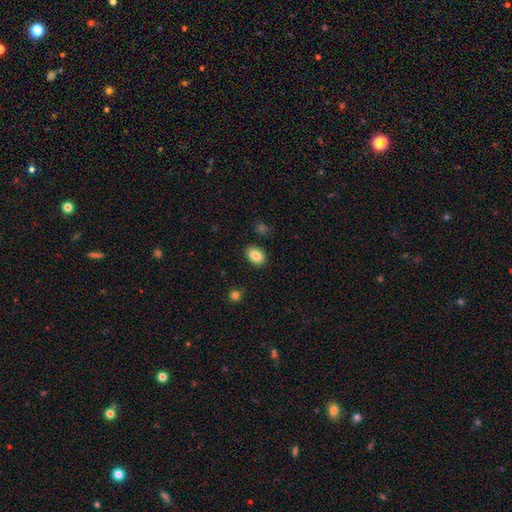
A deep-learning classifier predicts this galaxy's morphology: Smooth or featured: smooth — 85% (star or artifact — 8%)
How rounded: in between — 83% (round — 16%)
Merging: none — 88% (minor disturbance — 9%)